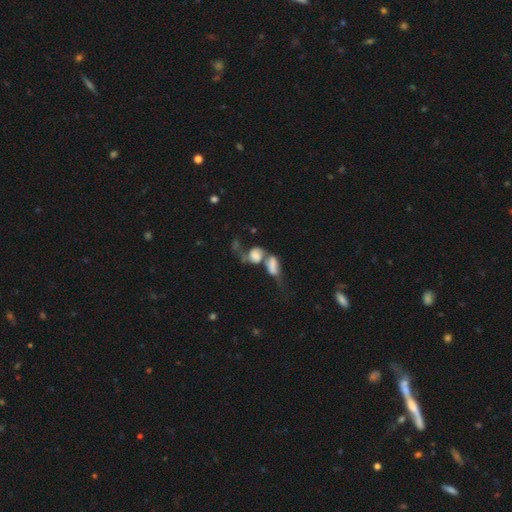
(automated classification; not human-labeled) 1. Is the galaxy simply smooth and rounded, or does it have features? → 54% smooth, 36% featured or disk, 10% star or artifact.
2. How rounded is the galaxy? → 60% in between, 36% round, 4% cigar-shaped.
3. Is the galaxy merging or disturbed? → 70% merger, 14% major disturbance, 10% none, 6% minor disturbance.